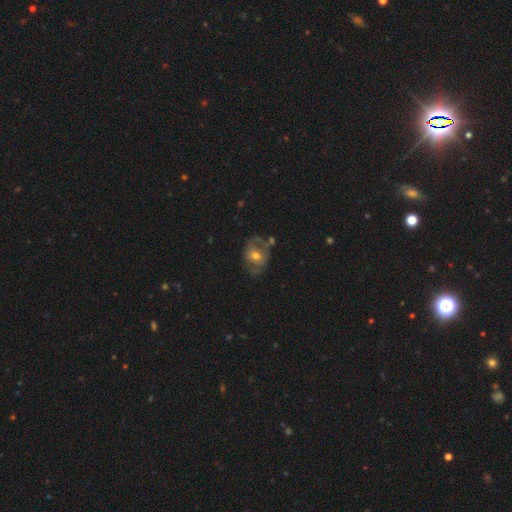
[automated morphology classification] The model was most divided on "smooth or featured": featured or disk: 53%, smooth: 39%, star or artifact: 8%. More confident: edge-on disk — no (95%); merging — none (53%).